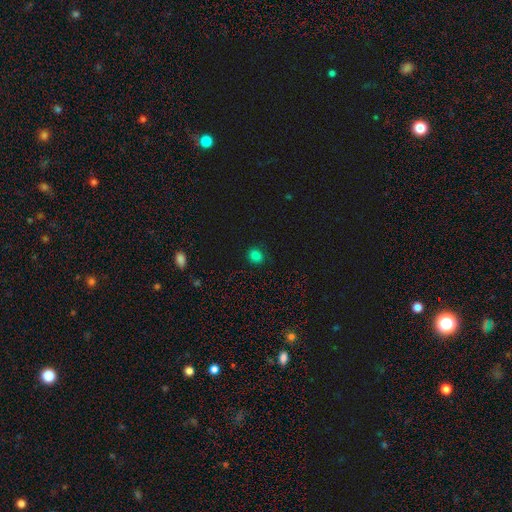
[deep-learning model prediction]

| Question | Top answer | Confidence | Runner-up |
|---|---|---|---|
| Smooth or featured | smooth | 80% | star or artifact (15%) |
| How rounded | round | 73% | in between (26%) |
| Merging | none | 88% | minor disturbance (9%) |